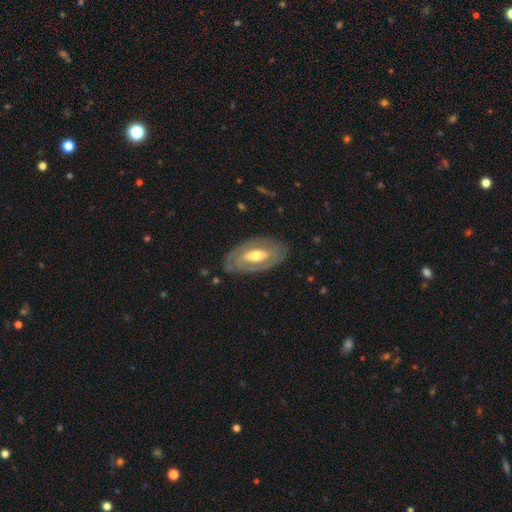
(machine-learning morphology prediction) smooth-or-featured: featured or disk: 70% | smooth: 25% | star or artifact: 5%
  disk-edge-on: no: 89% | yes: 11%
    bar: no: 42% | weak: 33% | strong: 25%
    has-spiral-arms: yes: 53% | no: 47%
    bulge-size: moderate: 66% | small: 20% | large: 12% | dominant: 1% | none: 1%
  merging: none: 81% | minor disturbance: 13% | major disturbance: 5% | merger: 1%